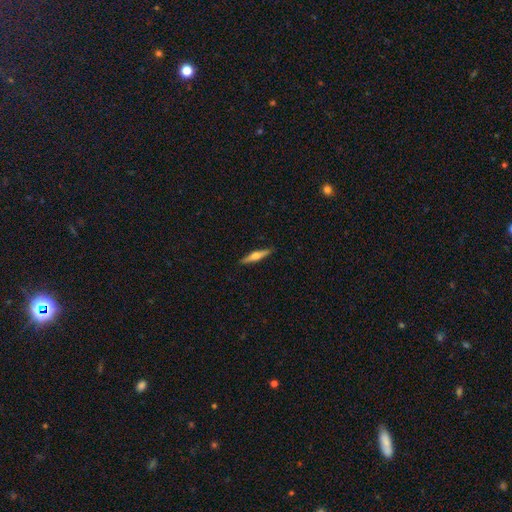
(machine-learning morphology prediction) A featured or disk galaxy (52%) viewed edge-on (96%) with a rounded central bulge (89%).

Vote fractions:
- Smooth or featured? featured or disk: 52% / smooth: 42% / star or artifact: 6%
- Edge-on disk? yes: 96% / no: 4%
- Edge-on bulge? rounded: 89% / boxy: 6% / none: 5%
- Merging? none: 90% / minor disturbance: 7% / major disturbance: 2% / merger: 1%